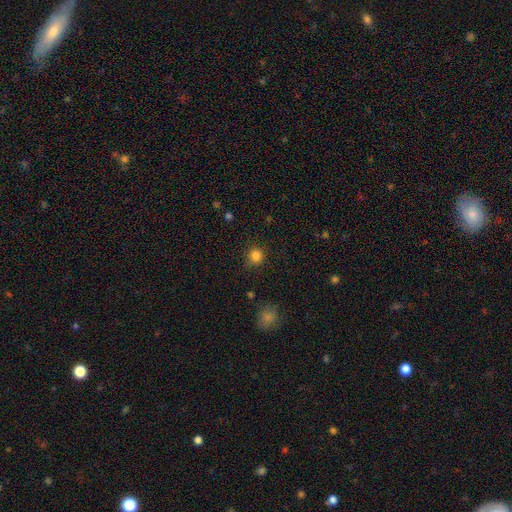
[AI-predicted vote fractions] The model was most divided on "smooth or featured": smooth: 84%, star or artifact: 12%, featured or disk: 4%. More confident: how rounded — round (93%); merging — none (88%).